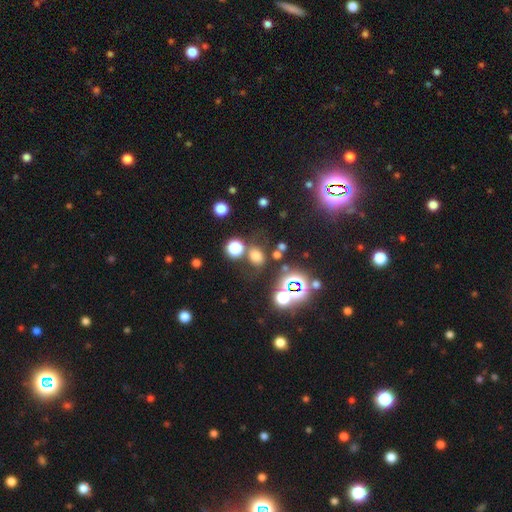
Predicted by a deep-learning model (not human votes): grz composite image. It shows a smooth galaxy with no disk features (64%) that is round (62%). Merging: none (72%).